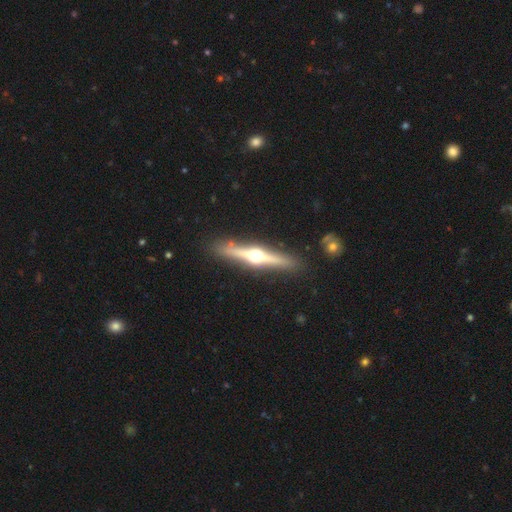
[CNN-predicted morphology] smooth-or-featured: featured or disk: 77% | smooth: 18% | star or artifact: 5%
  disk-edge-on: yes: 97% | no: 3%
    edge-on-bulge: rounded: 97% | boxy: 2% | none: 2%
  merging: none: 89% | minor disturbance: 8% | merger: 2% | major disturbance: 2%